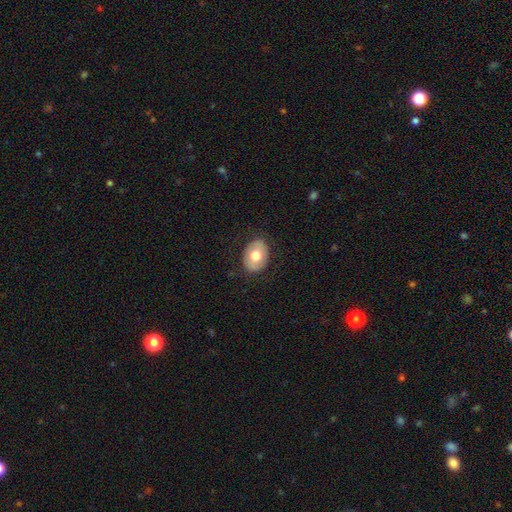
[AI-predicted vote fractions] The model was most divided on "smooth or featured": smooth: 69%, featured or disk: 25%, star or artifact: 7%. More confident: merging — none (83%); how rounded — in between (72%).